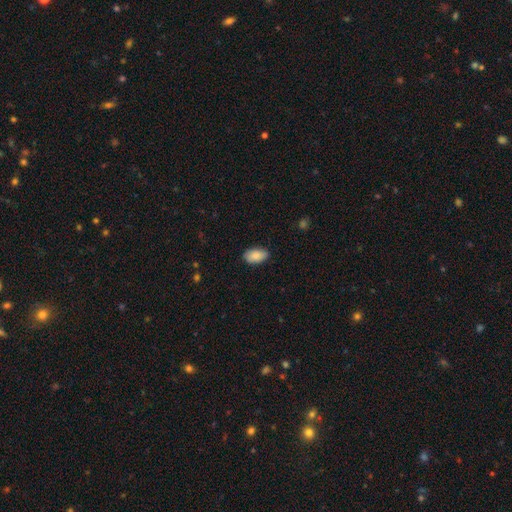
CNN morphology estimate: Smooth or featured? Predicted: smooth (p=0.88). How rounded? Predicted: in between (p=0.94). Merging? Predicted: none (p=0.83).